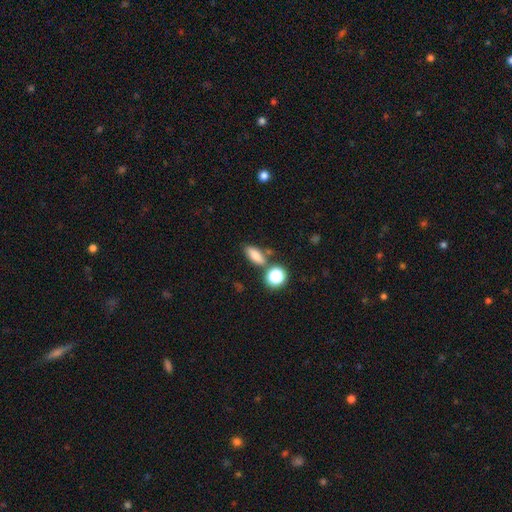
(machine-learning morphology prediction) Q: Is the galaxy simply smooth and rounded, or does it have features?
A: smooth — 78%.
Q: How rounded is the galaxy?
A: in between — 71%.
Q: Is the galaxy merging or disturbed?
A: none — 69%.